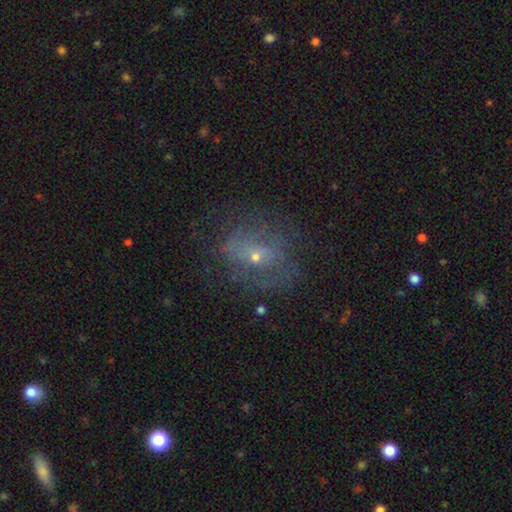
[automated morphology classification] type=featured or disk (58%); edge-on=no (96%); bar=no (72%); spiral arms=yes (50%, tied with no); bulge=small (70%); merging=none (57%).